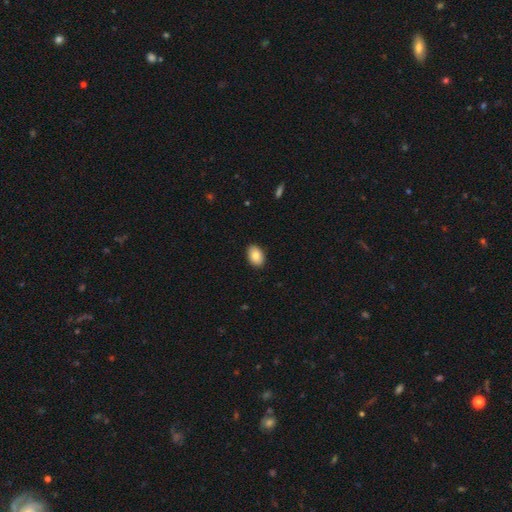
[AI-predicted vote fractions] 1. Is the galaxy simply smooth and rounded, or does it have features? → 86% smooth, 7% featured or disk, 7% star or artifact.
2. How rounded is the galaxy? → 86% in between, 13% round, 1% cigar-shaped.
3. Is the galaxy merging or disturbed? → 89% none, 8% minor disturbance, 2% major disturbance, 1% merger.